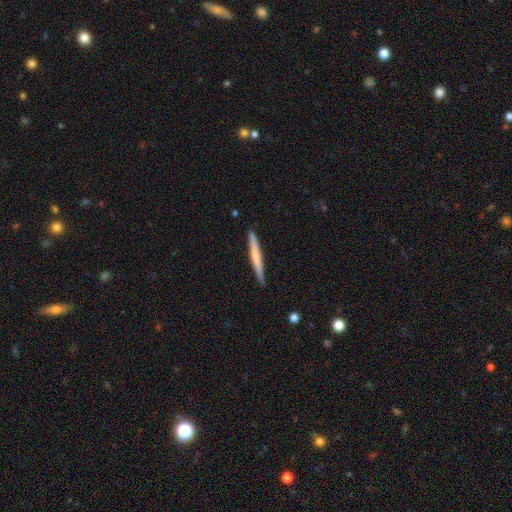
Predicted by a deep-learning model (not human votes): Smooth or featured?
  - smooth: 55% *
  - featured or disk: 40%
  - star or artifact: 5%
How rounded?
  - cigar-shaped: 97% *
  - in between: 2%
  - round: 1%
Merging?
  - none: 90% *
  - minor disturbance: 7%
  - major disturbance: 1%
  - merger: 1%